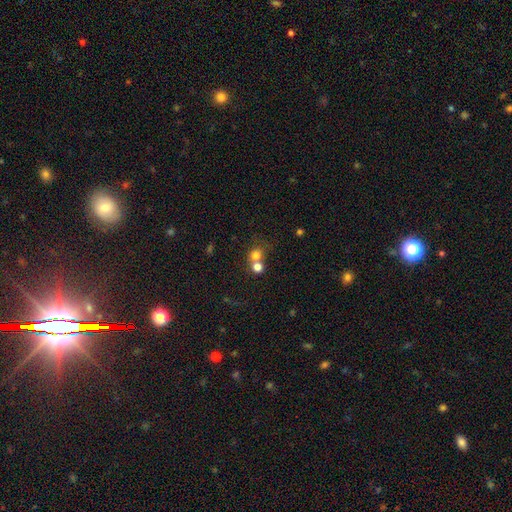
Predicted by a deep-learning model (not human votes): Overall: smooth (75%). How rounded: round (78%). Merging: merger (50%; none 39%).